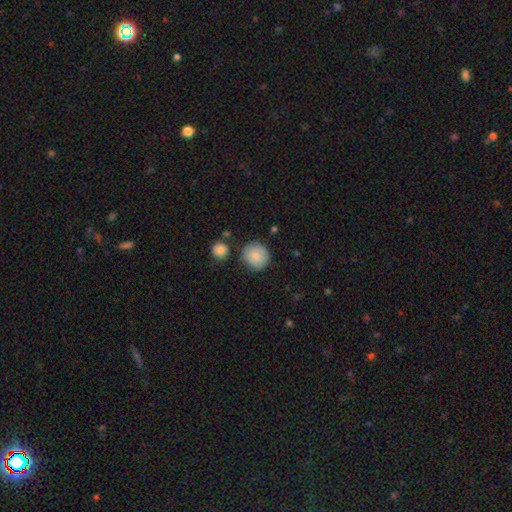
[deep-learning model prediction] Smooth or featured? smooth (85%)
How rounded? round (92%)
Merging? none (81%)